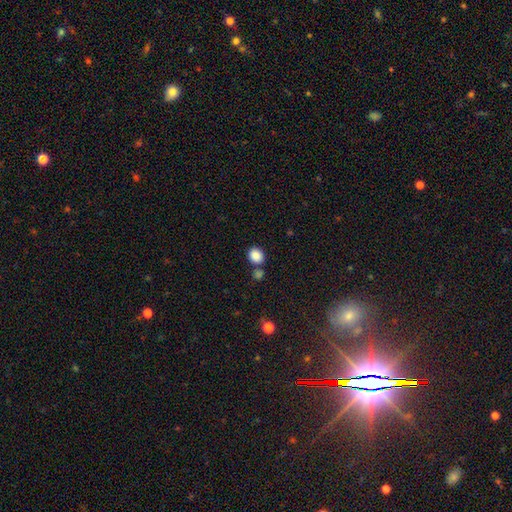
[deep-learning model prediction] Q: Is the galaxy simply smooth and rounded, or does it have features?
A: smooth — 87%.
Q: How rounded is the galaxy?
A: round — 58%.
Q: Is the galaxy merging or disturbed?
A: none — 67%.